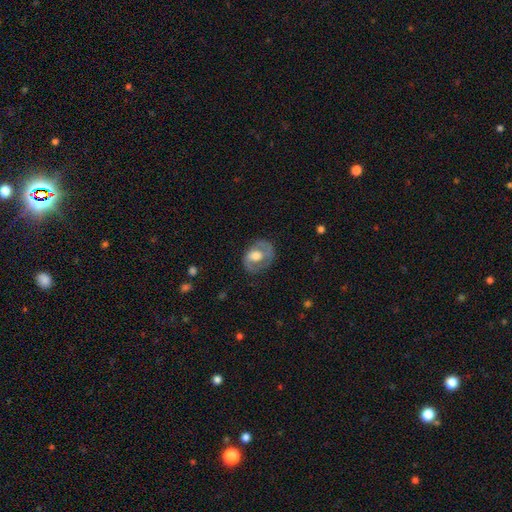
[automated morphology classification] Overall: featured or disk (59%; smooth 35%). Edge-on disk: no (95%). Bar: no (61%; weak 29%). Spiral arms: yes (57%; no 43%). Bulge size: moderate (47%; large 40%). Merging: none (68%).